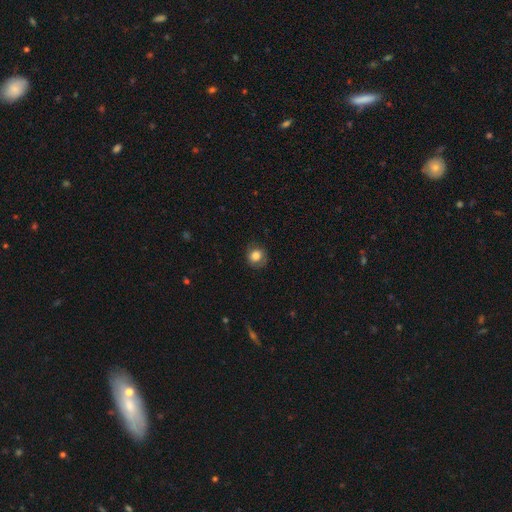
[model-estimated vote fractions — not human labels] Q: Smooth or featured?
A: smooth (78%); runner-up: featured or disk (12%)
Q: How rounded?
A: round (79%); runner-up: in between (20%)
Q: Merging?
A: none (78%); runner-up: minor disturbance (16%)